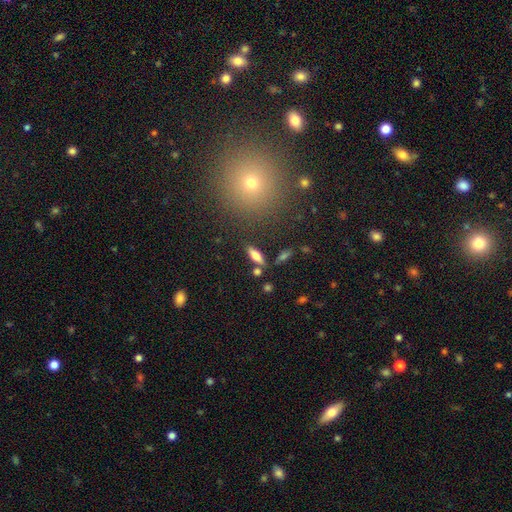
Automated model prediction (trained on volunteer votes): Morphology: type=smooth (63%); roundness=in between (58%); merging=none (77%).